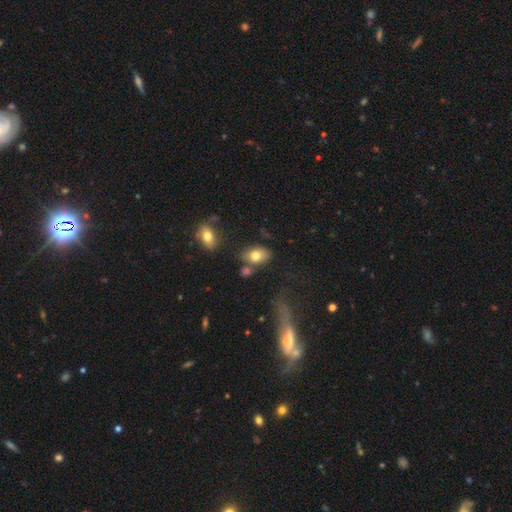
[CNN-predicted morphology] Smooth or featured? smooth (77%)
How rounded? in between (86%)
Merging? none (67%)